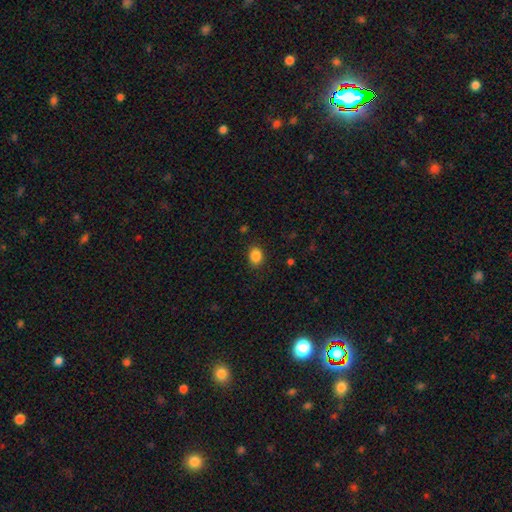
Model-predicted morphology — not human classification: Q: Smooth or featured?
A: smooth (87%); runner-up: star or artifact (10%)
Q: How rounded?
A: in between (52%); runner-up: round (47%)
Q: Merging?
A: none (87%); runner-up: minor disturbance (9%)